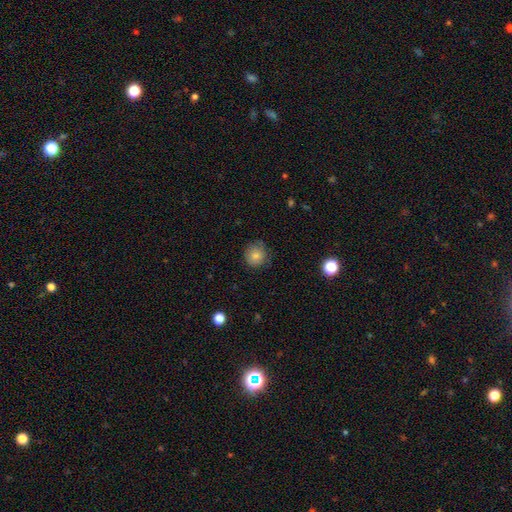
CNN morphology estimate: smooth_or_featured: smooth (p=0.80) [alt: featured or disk p=0.10]
how_rounded: round (p=0.90) [alt: in between p=0.09]
merging: none (p=0.80) [alt: minor disturbance p=0.16]